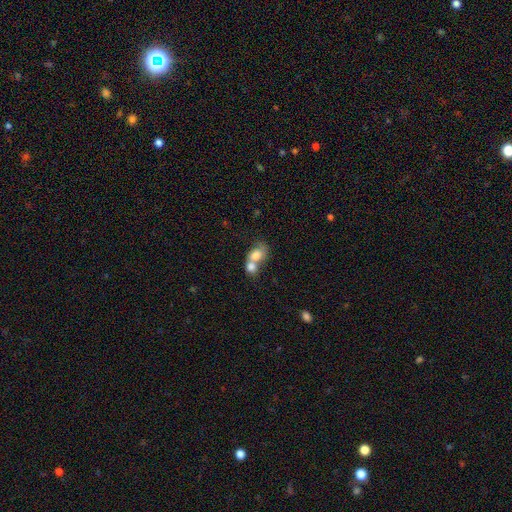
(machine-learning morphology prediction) This appears to be a smooth galaxy with no disk features (72%) that is in between round and cigar-shaped (56%). Merging: merger (74%).